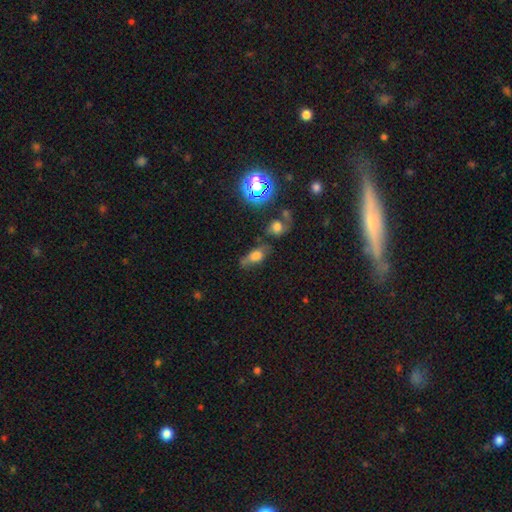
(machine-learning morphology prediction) smooth_or_featured: smooth (p=0.60) [alt: featured or disk p=0.23]
how_rounded: in between (p=0.74) [alt: round p=0.14]
merging: none (p=0.47) [alt: minor disturbance p=0.25]